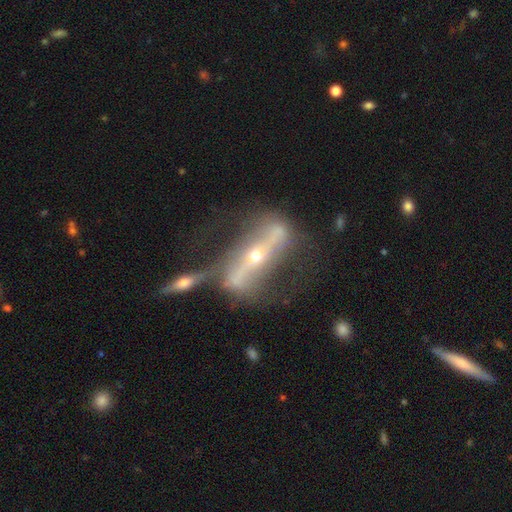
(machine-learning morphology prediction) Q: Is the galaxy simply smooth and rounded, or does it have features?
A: featured or disk — 85%.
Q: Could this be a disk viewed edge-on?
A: no — 63%.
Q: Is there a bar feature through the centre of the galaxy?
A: strong — 76%.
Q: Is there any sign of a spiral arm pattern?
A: yes — 69%.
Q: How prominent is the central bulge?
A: small — 58%.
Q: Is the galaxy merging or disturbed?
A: none — 45%.